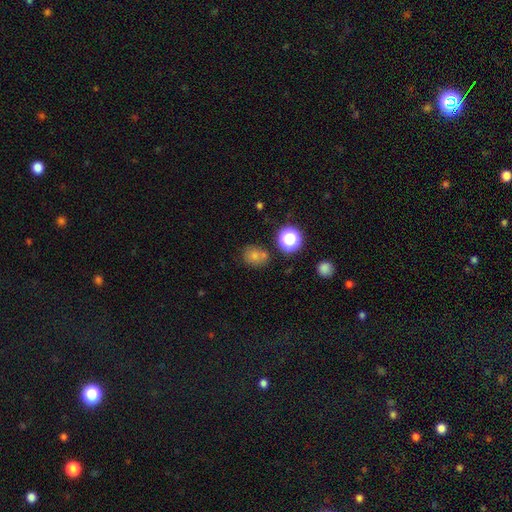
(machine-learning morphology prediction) smooth_or_featured: smooth (p=0.72) [alt: star or artifact p=0.18]
how_rounded: round (p=0.64) [alt: in between p=0.35]
merging: none (p=0.62) [alt: merger p=0.20]